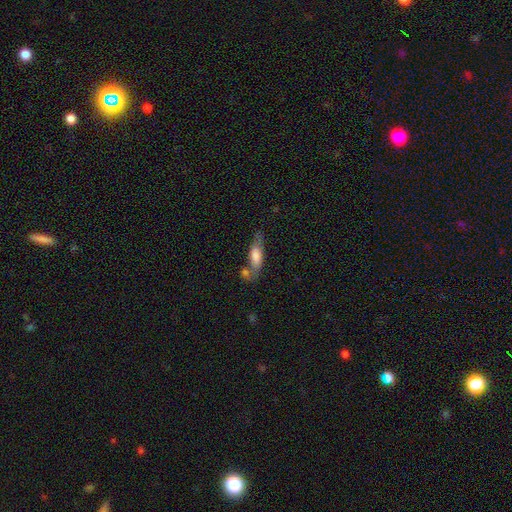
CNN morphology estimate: type=smooth (65%); roundness=in between (52%); merging=none (48%).